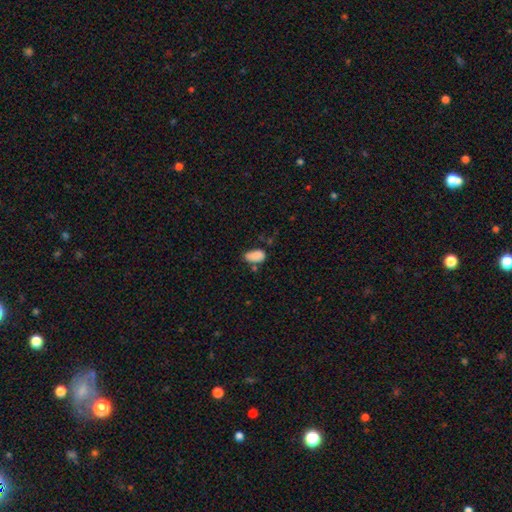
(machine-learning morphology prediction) This is clearly a smooth galaxy (85%). How rounded: clearly in between (93%). Merging: possibly none (55%).